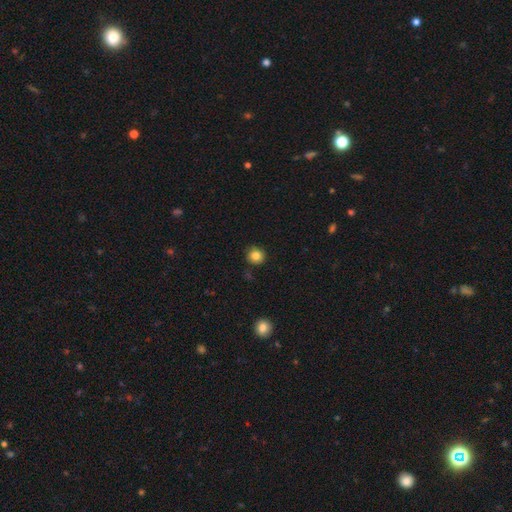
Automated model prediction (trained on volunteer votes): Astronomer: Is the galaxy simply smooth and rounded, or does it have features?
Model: smooth — 84%.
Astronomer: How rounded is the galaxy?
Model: round — 92%.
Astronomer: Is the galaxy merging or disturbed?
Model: none — 90%.